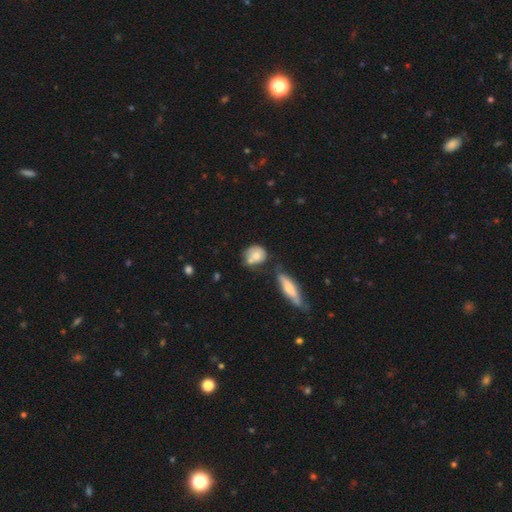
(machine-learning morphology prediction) The model was most divided on "merging": none: 43%, merger: 25%, minor disturbance: 23%, major disturbance: 9%. More confident: smooth or featured — smooth (68%); how rounded — round (65%).